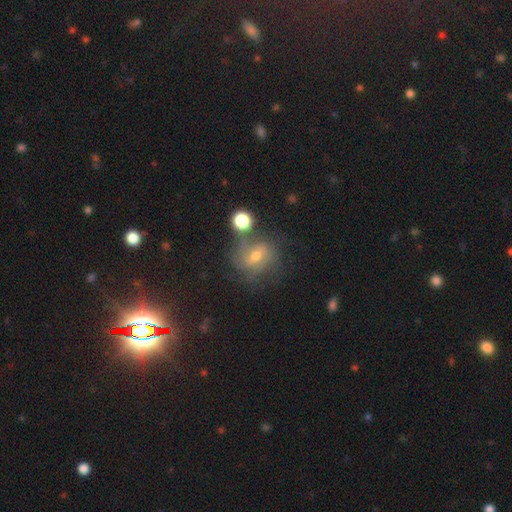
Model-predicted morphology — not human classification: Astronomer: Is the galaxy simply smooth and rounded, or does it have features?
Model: featured or disk — 50% (runner-up: smooth, 31%).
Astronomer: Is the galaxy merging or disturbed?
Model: none — 56%.